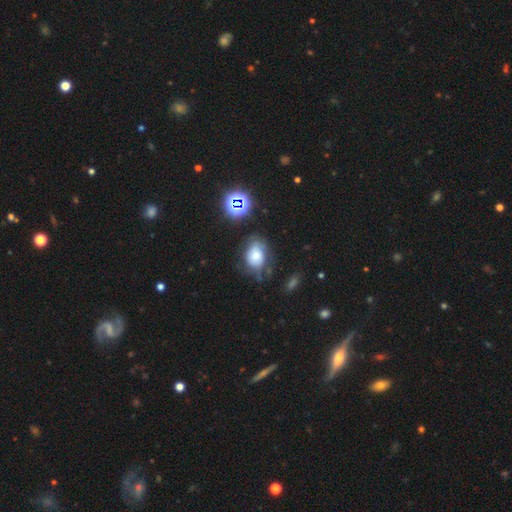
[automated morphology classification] smooth_or_featured: smooth (p=0.49) [alt: featured or disk p=0.34]
merging: none (p=0.50) [alt: minor disturbance p=0.29]